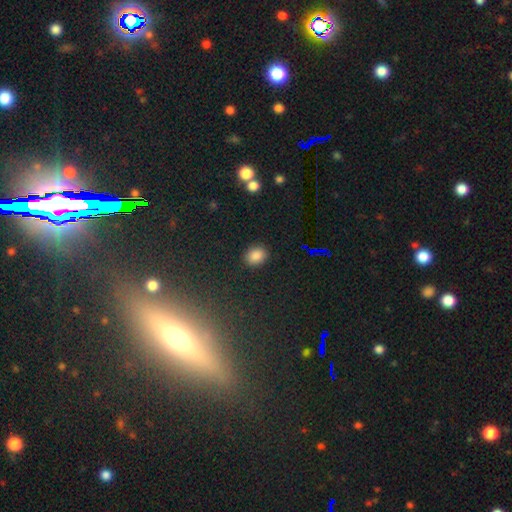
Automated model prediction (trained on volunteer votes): A smooth galaxy with no disk features (84%) that is in between round and cigar-shaped (64%).

Vote fractions:
- Smooth or featured? smooth: 84% / star or artifact: 11% / featured or disk: 4%
- How rounded? in between: 64% / round: 35% / cigar-shaped: 1%
- Merging? none: 88% / minor disturbance: 8% / major disturbance: 2% / merger: 1%